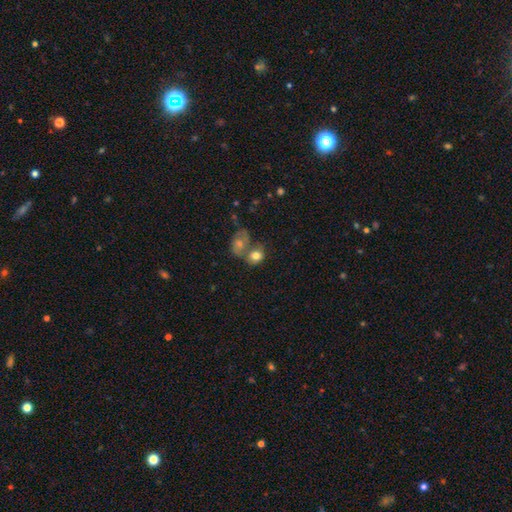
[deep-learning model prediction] Morphology: type=smooth (76%); roundness=round (60%); merging=merger (50%).